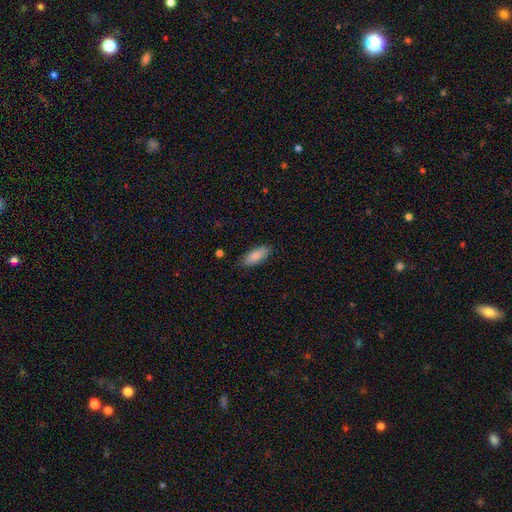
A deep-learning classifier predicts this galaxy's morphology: smooth_or_featured: smooth (p=0.83) [alt: featured or disk p=0.11]
how_rounded: in between (p=0.82) [alt: cigar-shaped p=0.16]
merging: none (p=0.82) [alt: minor disturbance p=0.14]